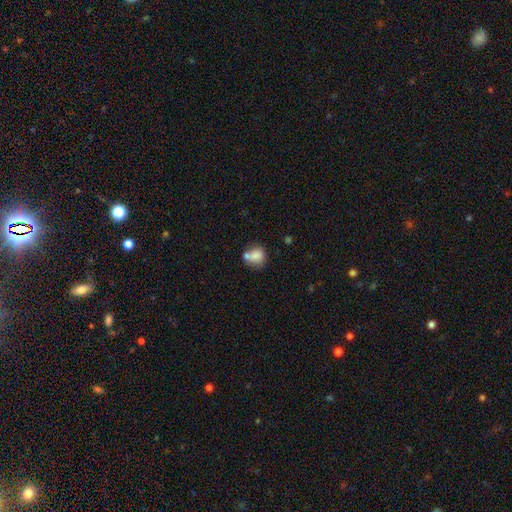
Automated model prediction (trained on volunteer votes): Overall: smooth (78%). How rounded: round (59%; in between 39%). Merging: none (41%; merger 36%).